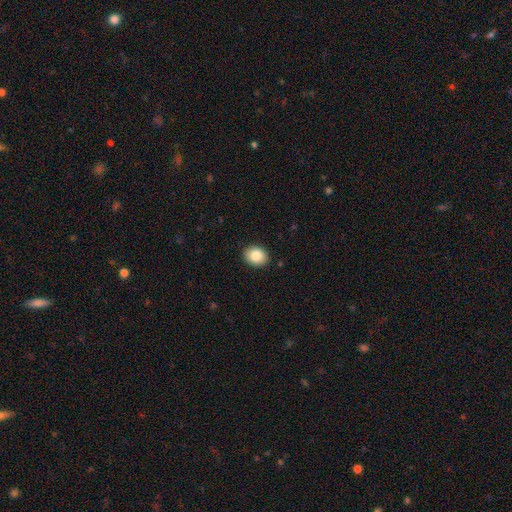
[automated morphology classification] type=smooth (85%); roundness=round (53%); merging=none (90%).